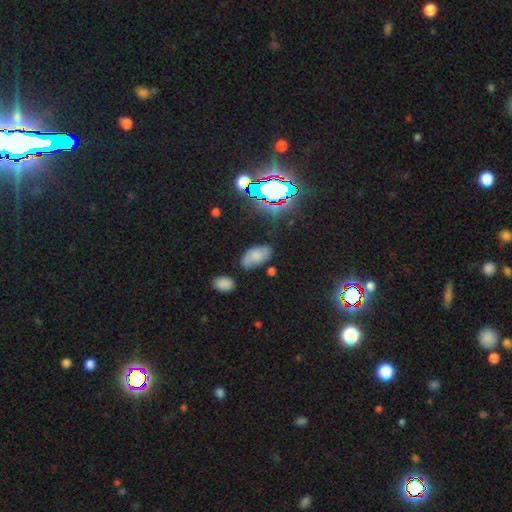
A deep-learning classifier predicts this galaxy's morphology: Overall: smooth (63%). How rounded: in between (93%). Merging: none (65%).